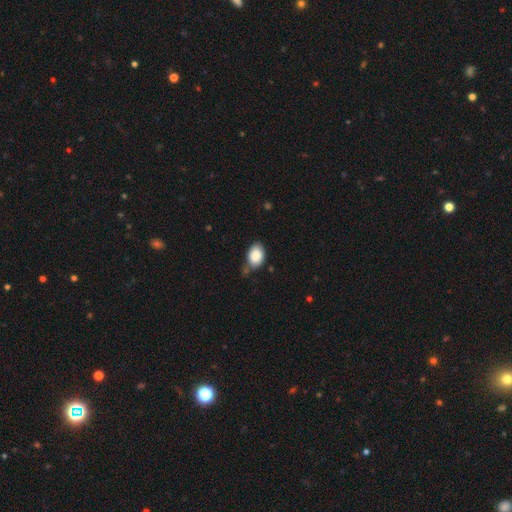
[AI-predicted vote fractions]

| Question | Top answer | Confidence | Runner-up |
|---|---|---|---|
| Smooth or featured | smooth | 87% | star or artifact (7%) |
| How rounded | in between | 83% | round (15%) |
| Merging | none | 62% | minor disturbance (26%) |